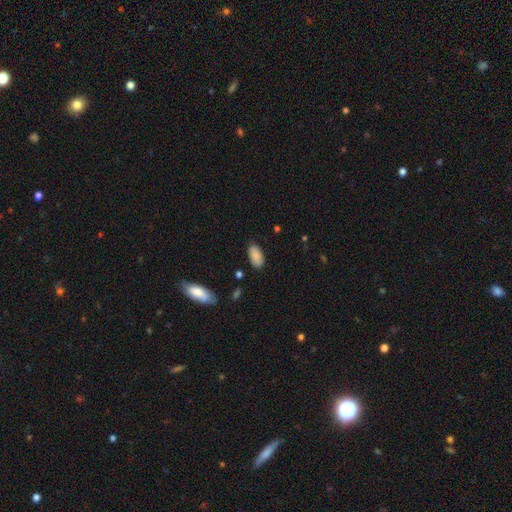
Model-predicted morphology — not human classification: The model was most divided on "merging": none: 81%, minor disturbance: 14%, major disturbance: 3%, merger: 2%. More confident: how rounded — in between (94%); smooth or featured — smooth (87%).